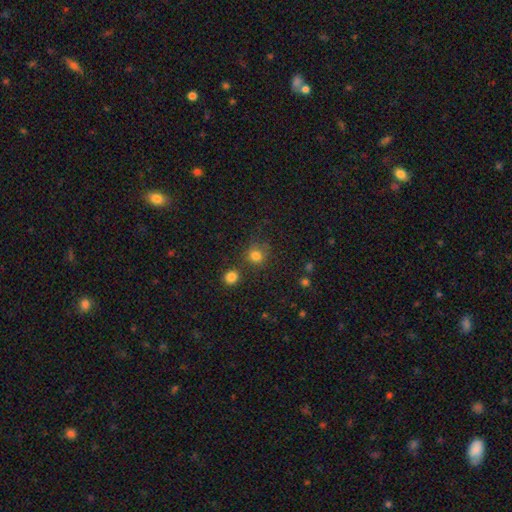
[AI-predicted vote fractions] A smooth galaxy with no disk features (79%) that is round (88%).

Vote fractions:
- Smooth or featured? smooth: 79% / star or artifact: 15% / featured or disk: 6%
- How rounded? round: 88% / in between: 11% / cigar-shaped: 1%
- Merging? none: 71% / merger: 12% / minor disturbance: 12% / major disturbance: 5%